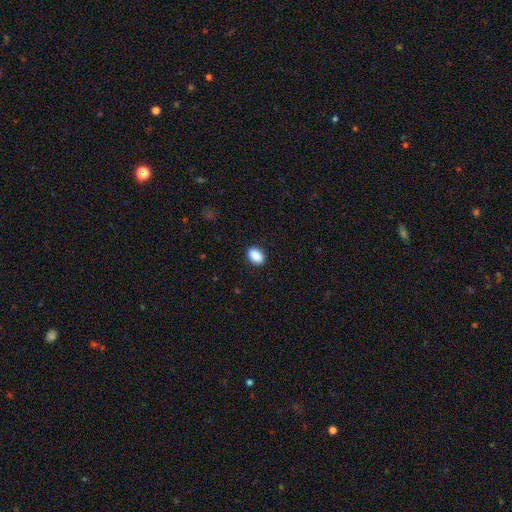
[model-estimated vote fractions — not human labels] smooth 90%, star or artifact 7%, featured or disk 2%. Down the decision tree: how rounded — in between (85%); merging — none (89%).